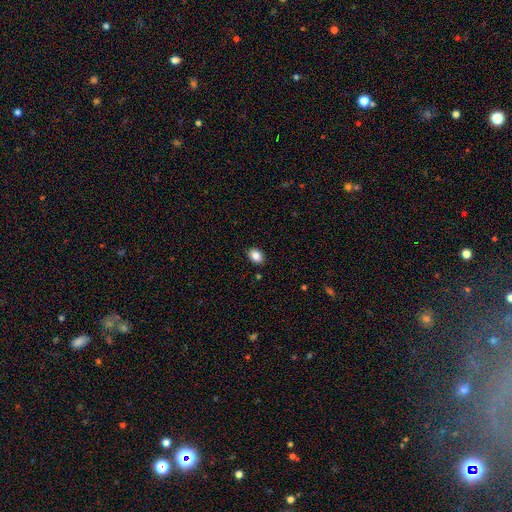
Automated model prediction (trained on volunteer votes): Smooth or featured? smooth (86%)
How rounded? in between (76%)
Merging? none (89%)